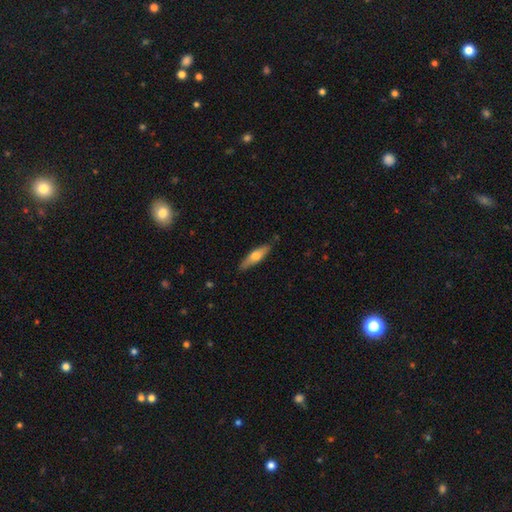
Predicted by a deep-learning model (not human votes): This appears to be a smooth galaxy with no disk features (57%) that is cigar-shaped (69%). Merging: none (85%).